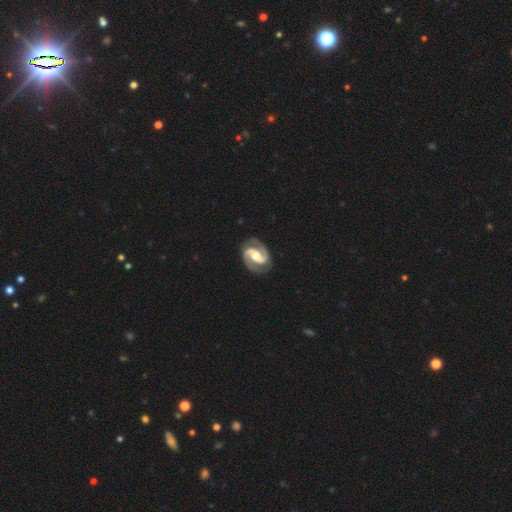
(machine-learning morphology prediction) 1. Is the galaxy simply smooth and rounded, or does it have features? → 92% featured or disk, 5% smooth, 3% star or artifact.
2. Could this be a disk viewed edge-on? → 98% no, 2% yes.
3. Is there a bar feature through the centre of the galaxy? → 51% strong, 33% weak, 16% no.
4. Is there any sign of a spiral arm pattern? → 98% yes, 2% no.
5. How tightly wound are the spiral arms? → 53% medium, 35% tight, 11% loose.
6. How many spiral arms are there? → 94% 2, 1% can't tell, 1% 1, 1% 3, 1% 4, 1% more than 4.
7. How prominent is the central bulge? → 69% moderate, 16% small, 12% large, 2% none, 1% dominant.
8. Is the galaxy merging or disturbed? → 86% none, 10% minor disturbance, 3% major disturbance, 1% merger.